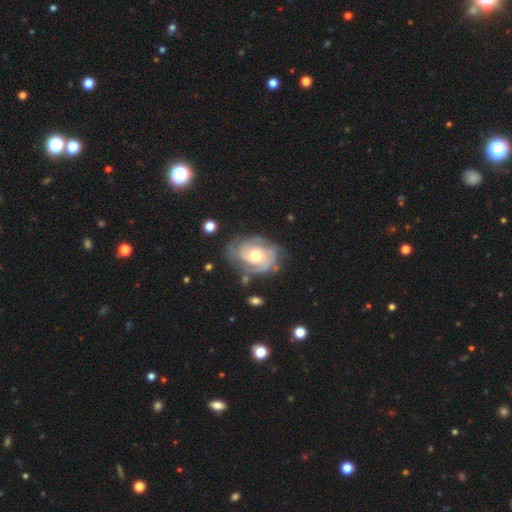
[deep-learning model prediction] Overall: featured or disk (84%). Edge-on disk: no (97%). Bar: no (72%). Spiral arms: yes (94%). Spiral arm count: 2 (31%; can't tell 28%). Spiral winding: tight (62%; medium 31%). Bulge size: moderate (66%). Merging: none (69%).